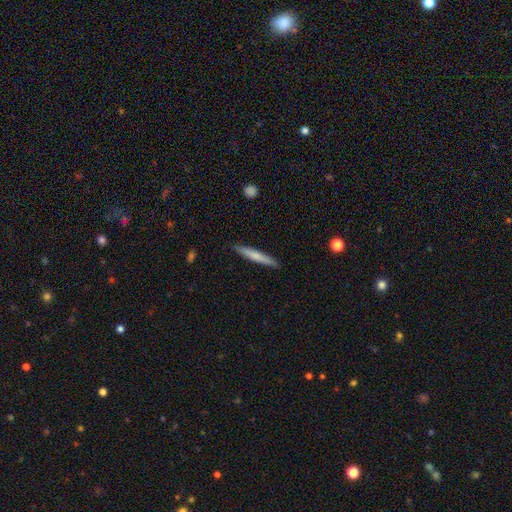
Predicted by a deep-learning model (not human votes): This is likely a smooth galaxy (67%). How rounded: clearly cigar-shaped (95%). Merging: clearly none (90%).